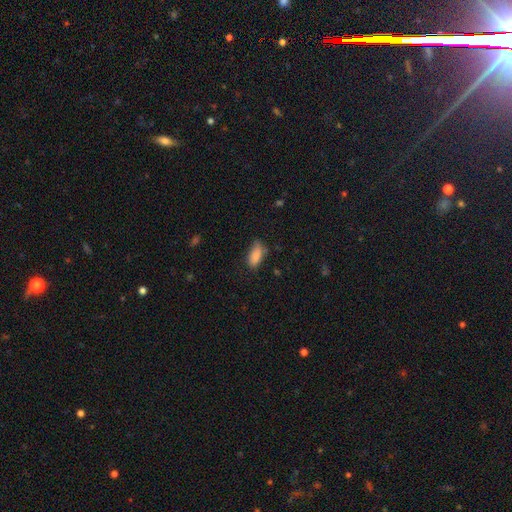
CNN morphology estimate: This appears to be a smooth galaxy with no disk features (86%) that is in between round and cigar-shaped (88%). Merging: none (63%).